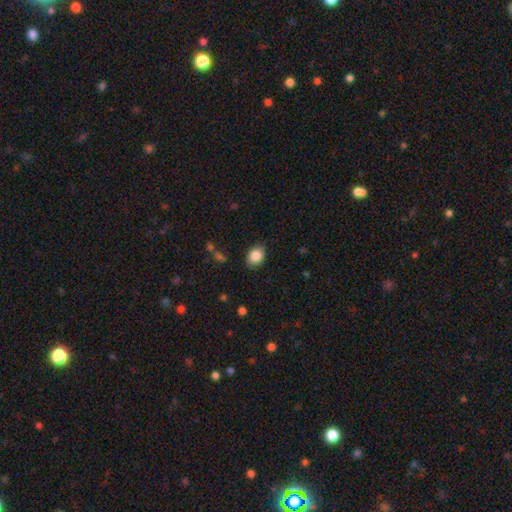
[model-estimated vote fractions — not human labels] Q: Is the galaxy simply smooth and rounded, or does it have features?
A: smooth — 86%.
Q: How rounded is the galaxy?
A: in between — 61%.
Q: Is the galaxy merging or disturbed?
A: none — 83%.